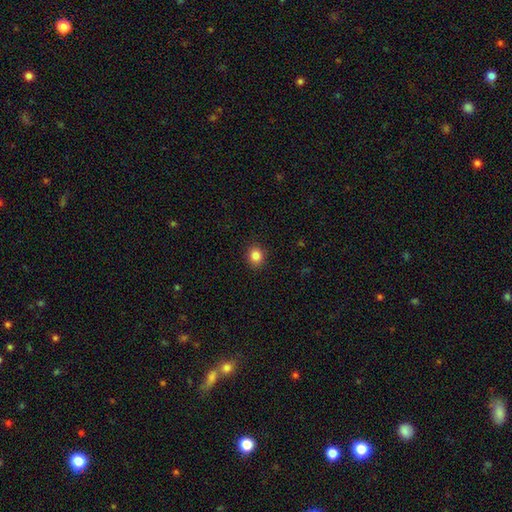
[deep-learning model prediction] A smooth galaxy with no disk features (85%) that is round (72%). Merging: none (90%).